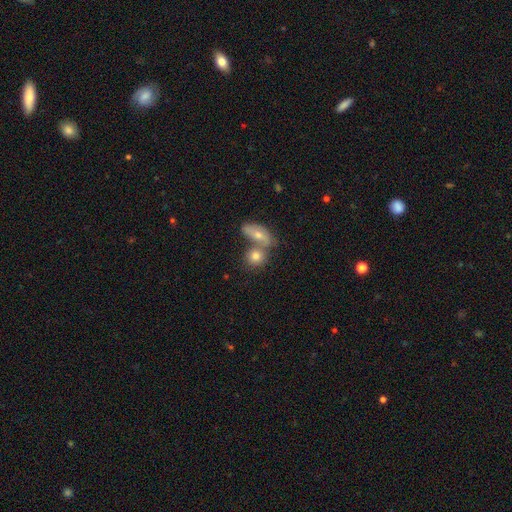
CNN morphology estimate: A smooth galaxy with no disk features (52%) that is in between round and cigar-shaped (57%). Merging: merger (46%).